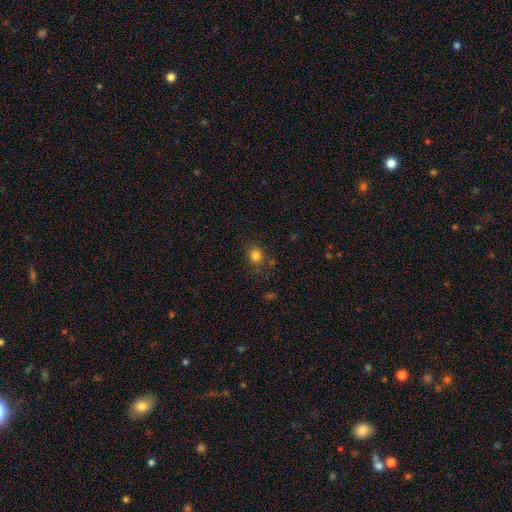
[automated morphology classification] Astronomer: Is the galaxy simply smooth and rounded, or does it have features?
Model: smooth — 81%.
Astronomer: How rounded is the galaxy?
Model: round — 77%.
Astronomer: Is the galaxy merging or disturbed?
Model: none — 81%.